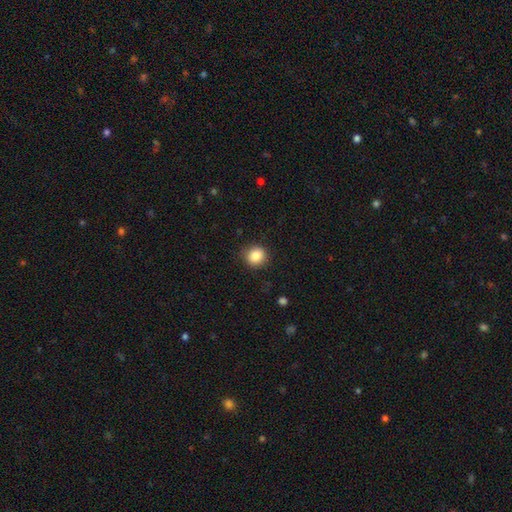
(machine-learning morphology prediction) Smooth or featured: smooth — 85% (star or artifact — 10%)
How rounded: round — 88% (in between — 11%)
Merging: none — 88% (minor disturbance — 8%)